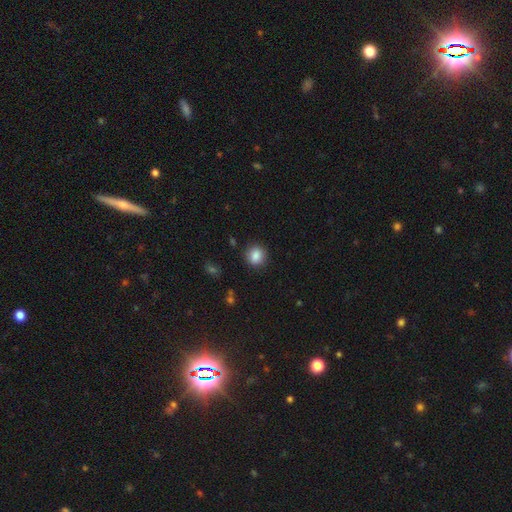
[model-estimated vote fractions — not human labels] smooth-or-featured: smooth: 86% | star or artifact: 9% | featured or disk: 4%
  how-rounded: round: 81% | in between: 18% | cigar-shaped: 1%
  merging: none: 88% | minor disturbance: 9% | major disturbance: 2% | merger: 1%